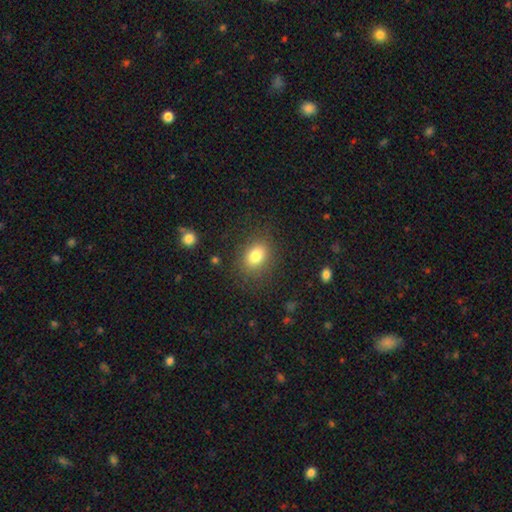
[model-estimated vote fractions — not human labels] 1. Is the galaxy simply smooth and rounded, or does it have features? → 81% smooth, 10% star or artifact, 9% featured or disk.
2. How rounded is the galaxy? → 61% in between, 37% round, 1% cigar-shaped.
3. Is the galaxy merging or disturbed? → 83% none, 11% minor disturbance, 5% major disturbance, 1% merger.